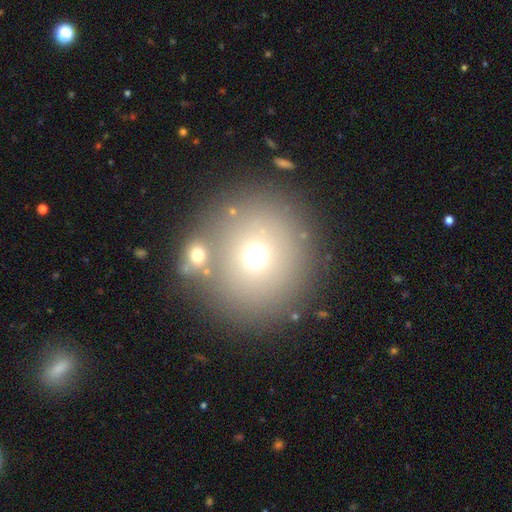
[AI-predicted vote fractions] Morphology: type=smooth (66%); roundness=round (88%); merging=none (65%).